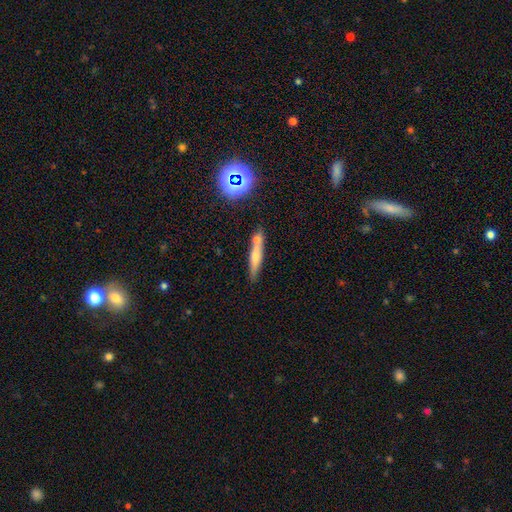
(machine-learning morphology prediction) Smooth or featured? smooth (59%)
How rounded? cigar-shaped (86%)
Merging? none (63%)